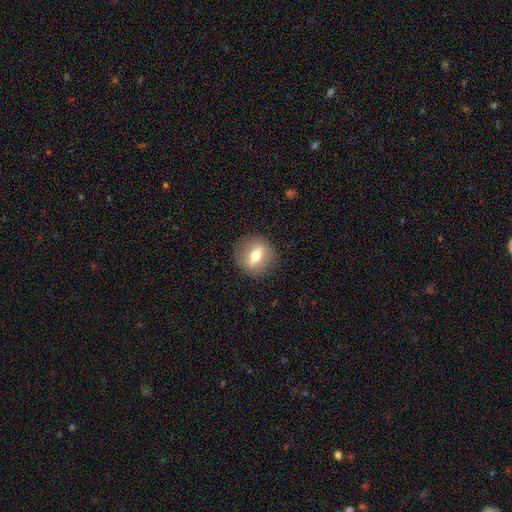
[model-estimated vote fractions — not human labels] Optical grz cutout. It shows a smooth galaxy with no disk features (50%) that is round (74%). Merging: none (87%).